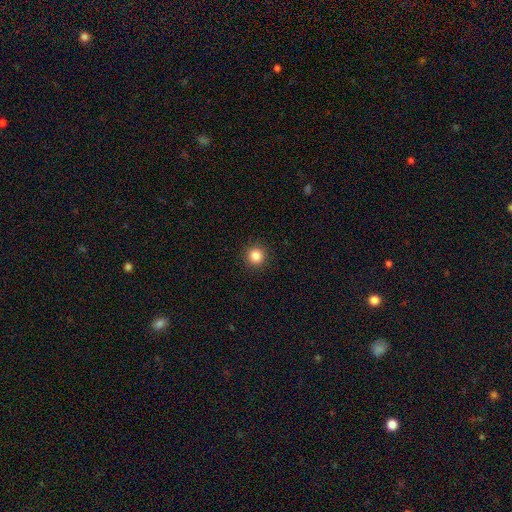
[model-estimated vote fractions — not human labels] Smooth or featured? Predicted: smooth (p=0.84). How rounded? Predicted: round (p=0.95). Merging? Predicted: none (p=0.92).